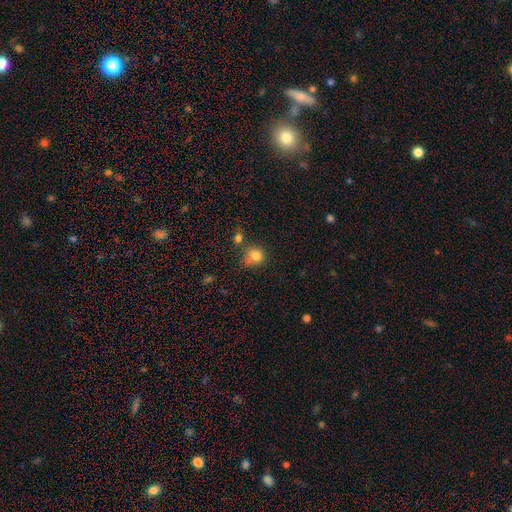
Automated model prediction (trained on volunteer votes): Smooth or featured? smooth (79%)
How rounded? round (74%)
Merging? none (51%)